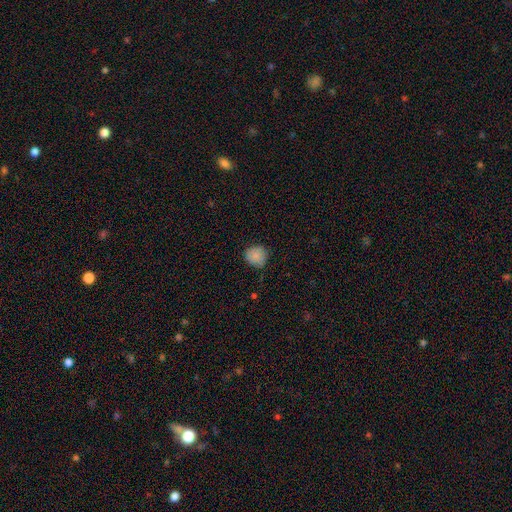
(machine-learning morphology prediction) smooth-or-featured: smooth: 84% | star or artifact: 8% | featured or disk: 8%
  how-rounded: round: 84% | in between: 15% | cigar-shaped: 1%
  merging: none: 72% | minor disturbance: 23% | major disturbance: 3% | merger: 1%